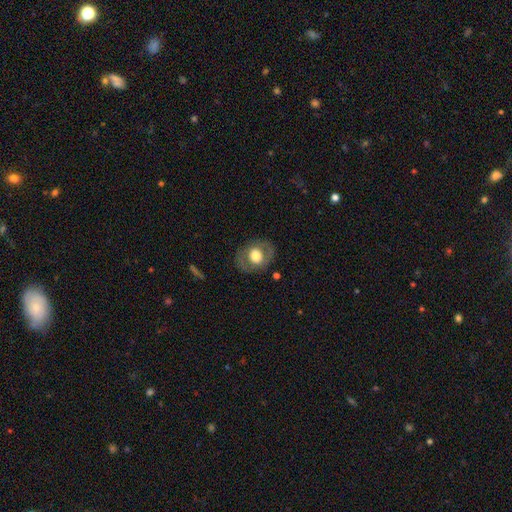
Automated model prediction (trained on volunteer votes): Smooth or featured? smooth (54%)
How rounded? round (57%)
Merging? none (78%)